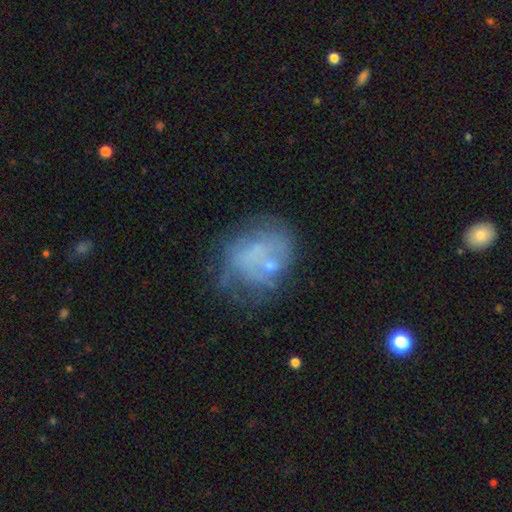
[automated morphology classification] smooth_or_featured: featured or disk (p=0.51) [alt: smooth p=0.36]
disk_edge_on: no (p=0.98) [alt: yes p=0.02]
merging: none (p=0.45) [alt: minor disturbance p=0.24]